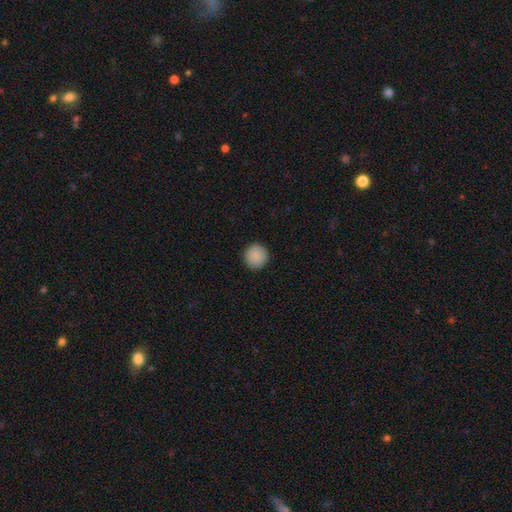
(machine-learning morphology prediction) smooth 90%, star or artifact 8%, featured or disk 3%. Down the decision tree: how rounded — round (95%); merging — none (93%).